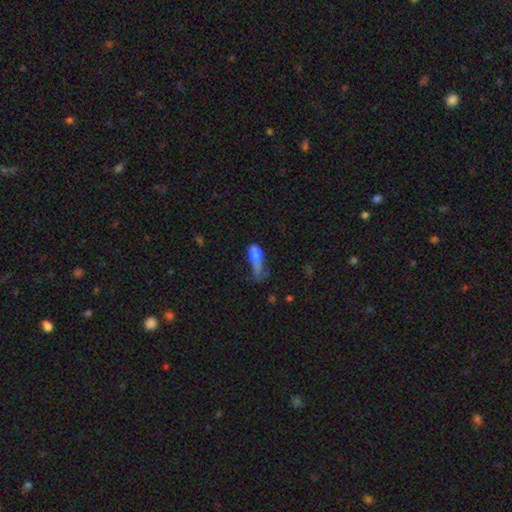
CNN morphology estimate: Smooth or featured? smooth (69%)
How rounded? in between (67%)
Merging? major disturbance (51%)